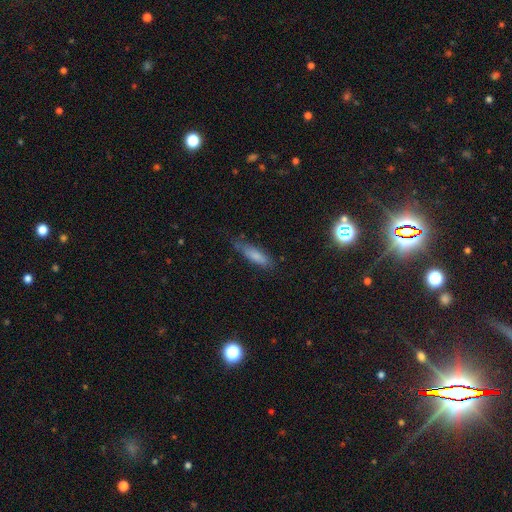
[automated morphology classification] Q: Smooth or featured?
A: smooth (78%); runner-up: featured or disk (14%)
Q: How rounded?
A: cigar-shaped (60%); runner-up: in between (38%)
Q: Merging?
A: none (67%); runner-up: minor disturbance (25%)